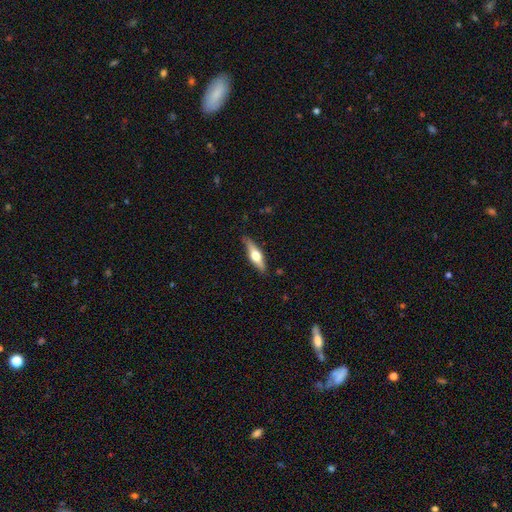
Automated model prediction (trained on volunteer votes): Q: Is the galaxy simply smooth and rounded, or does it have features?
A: featured or disk — 61%.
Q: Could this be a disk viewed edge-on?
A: yes — 95%.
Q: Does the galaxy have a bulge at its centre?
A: rounded — 94%.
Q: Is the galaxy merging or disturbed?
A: none — 86%.